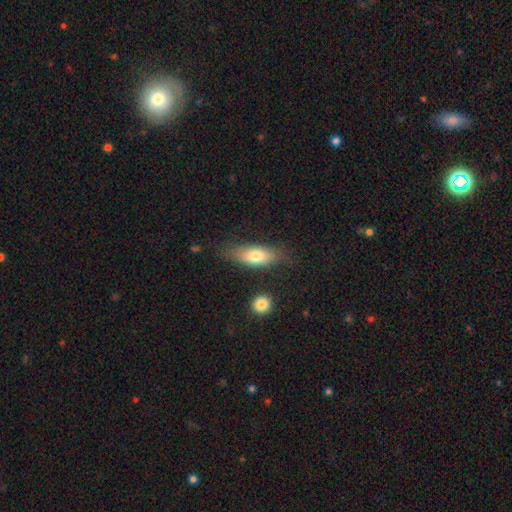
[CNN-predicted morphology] The model was most divided on "how rounded": in between: 74%, cigar-shaped: 22%, round: 4%. More confident: smooth or featured — smooth (73%); merging — none (72%).